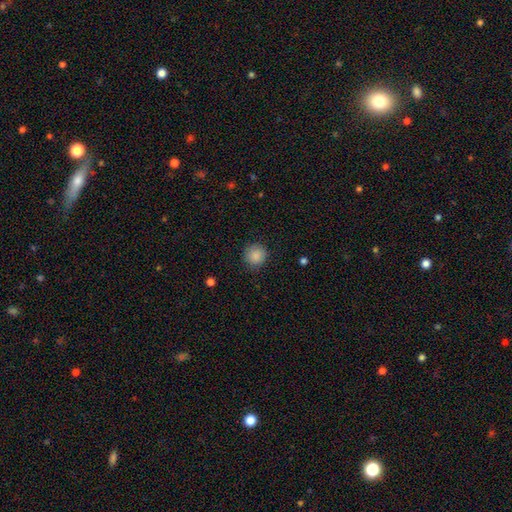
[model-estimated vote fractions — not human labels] Q: Smooth or featured?
A: smooth (88%); runner-up: star or artifact (9%)
Q: How rounded?
A: round (92%); runner-up: in between (7%)
Q: Merging?
A: none (87%); runner-up: minor disturbance (9%)